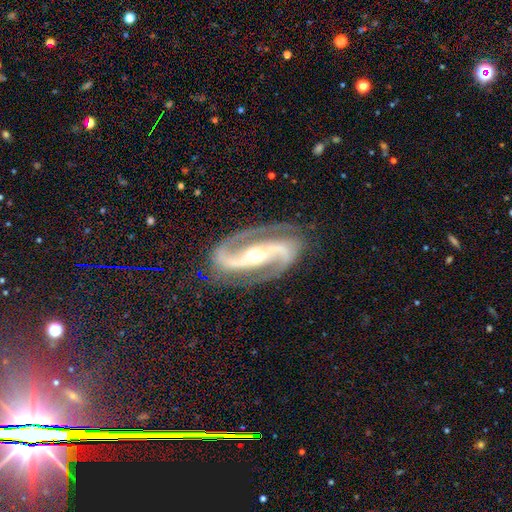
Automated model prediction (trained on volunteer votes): featured or disk 93%, star or artifact 5%, smooth 2%. Down the decision tree: edge-on disk — no (97%); bar — strong (49%); spiral arms — yes (99%); spiral arm count — 2 (95%); spiral winding — medium (59%); bulge size — moderate (58%); merging — none (82%).